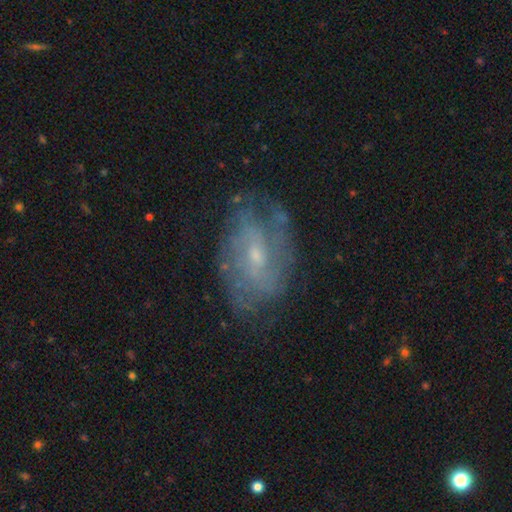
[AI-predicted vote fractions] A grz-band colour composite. It shows a featured or disk galaxy (76%) with no bar (47%), tight (44%) spiral arms (83%) and a small central bulge (63%). Merging: none (68%).